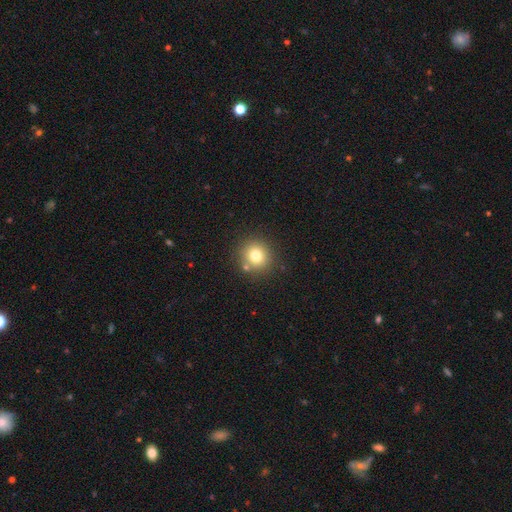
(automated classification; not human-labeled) Q: Smooth or featured?
A: smooth (77%); runner-up: star or artifact (13%)
Q: How rounded?
A: round (91%); runner-up: in between (8%)
Q: Merging?
A: none (81%); runner-up: minor disturbance (8%)